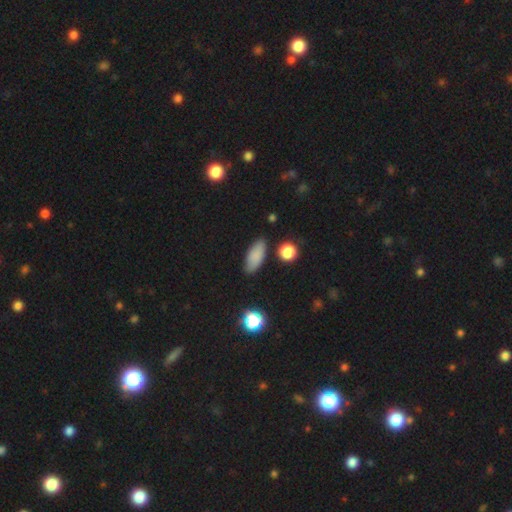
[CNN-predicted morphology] Q: Smooth or featured?
A: smooth (83%); runner-up: star or artifact (9%)
Q: How rounded?
A: in between (80%); runner-up: cigar-shaped (16%)
Q: Merging?
A: none (80%); runner-up: minor disturbance (14%)